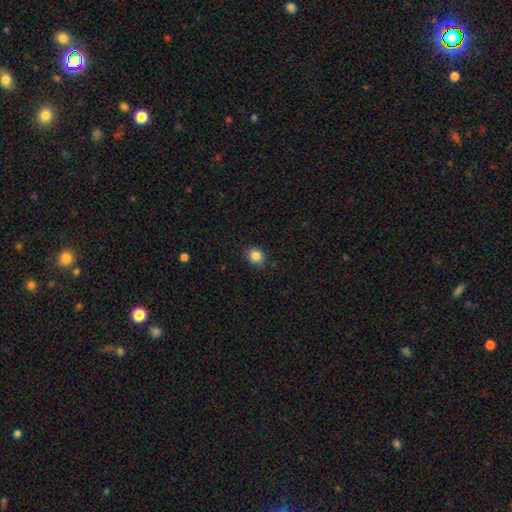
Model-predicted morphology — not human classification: Q: Smooth or featured?
A: smooth (85%); runner-up: star or artifact (11%)
Q: How rounded?
A: round (83%); runner-up: in between (16%)
Q: Merging?
A: none (86%); runner-up: minor disturbance (10%)